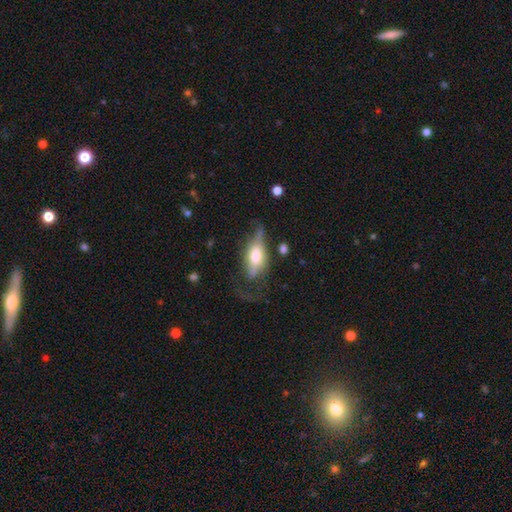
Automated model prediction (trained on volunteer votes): This appears to be a featured or disk galaxy (47%). Merging: major disturbance (34%, tied with none).